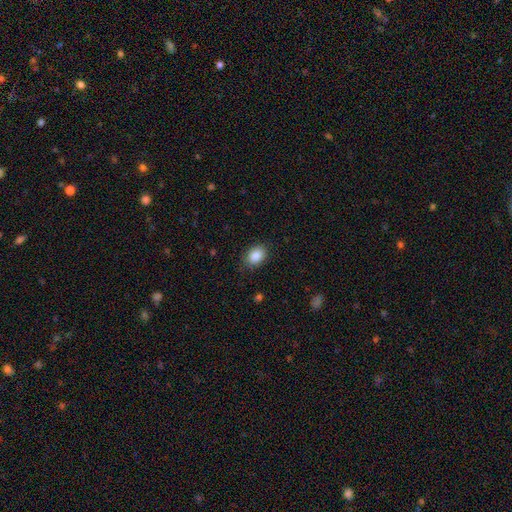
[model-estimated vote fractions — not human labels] A smooth galaxy with no disk features (88%) that is in between round and cigar-shaped (75%).

Vote fractions:
- Smooth or featured? smooth: 88% / star or artifact: 8% / featured or disk: 5%
- How rounded? in between: 75% / round: 24% / cigar-shaped: 1%
- Merging? none: 83% / minor disturbance: 13% / major disturbance: 3% / merger: 1%